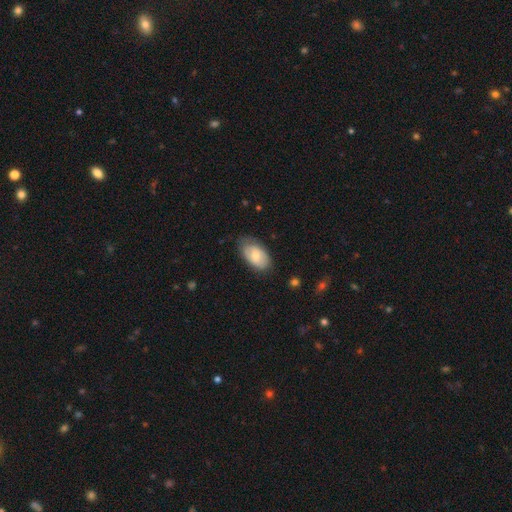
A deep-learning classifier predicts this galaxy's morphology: type=smooth (62%); roundness=in between (93%); merging=none (71%).